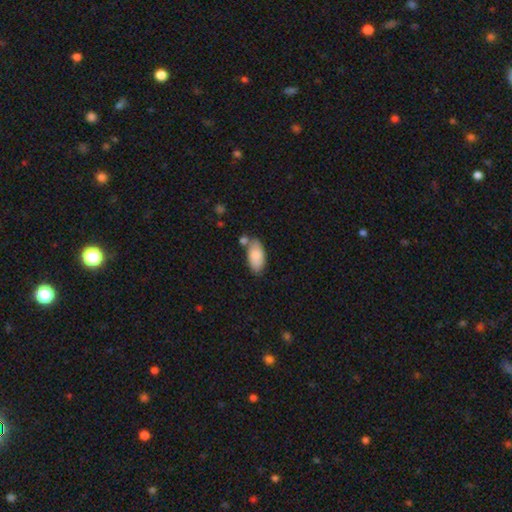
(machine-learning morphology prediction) A smooth galaxy with no disk features (82%) that is in between round and cigar-shaped (93%).

Vote fractions:
- Smooth or featured? smooth: 82% / featured or disk: 12% / star or artifact: 6%
- How rounded? in between: 93% / cigar-shaped: 5% / round: 3%
- Merging? none: 59% / minor disturbance: 20% / merger: 17% / major disturbance: 5%